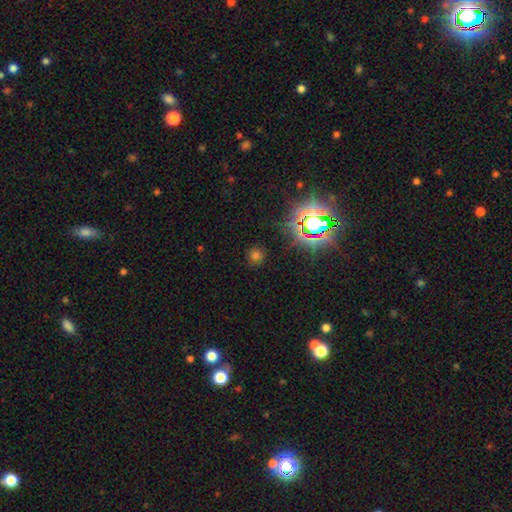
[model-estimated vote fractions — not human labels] smooth 57%, star or artifact 35%, featured or disk 8%. Down the decision tree: how rounded — round (89%); merging — none (86%).